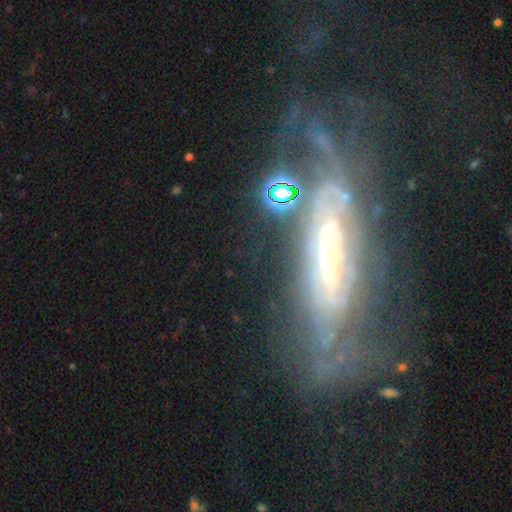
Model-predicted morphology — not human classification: Q: Smooth or featured?
A: featured or disk (82%); runner-up: smooth (10%)
Q: Edge-on disk?
A: no (75%); runner-up: yes (25%)
Q: Bar?
A: no (37%); runner-up: strong (33%)
Q: Spiral arms?
A: yes (84%); runner-up: no (16%)
Q: Spiral winding?
A: tight (61%); runner-up: medium (28%)
Q: Spiral arm count?
A: can't tell (54%); runner-up: 2 (21%)
Q: Bulge size?
A: small (52%); runner-up: moderate (30%)
Q: Merging?
A: none (53%); runner-up: major disturbance (22%)